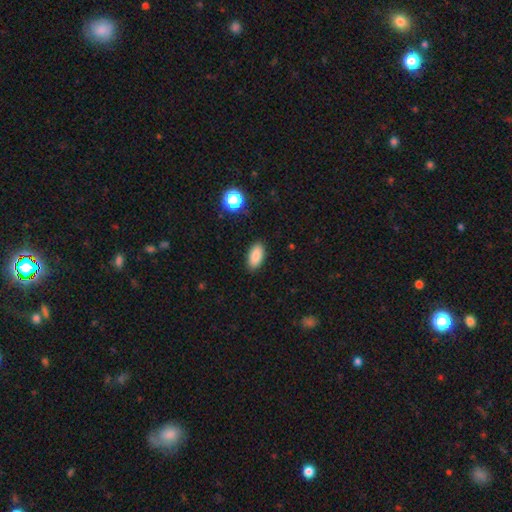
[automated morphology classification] smooth-or-featured: smooth: 85% | star or artifact: 8% | featured or disk: 6%
  how-rounded: in between: 92% | cigar-shaped: 5% | round: 3%
  merging: none: 88% | minor disturbance: 8% | major disturbance: 2% | merger: 1%